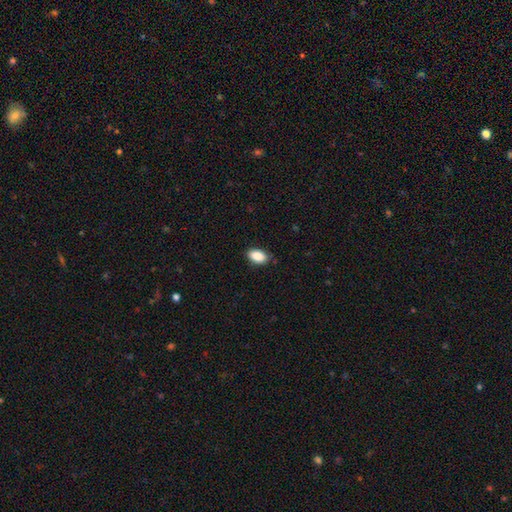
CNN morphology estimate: type=smooth (88%); roundness=in between (92%); merging=none (84%).